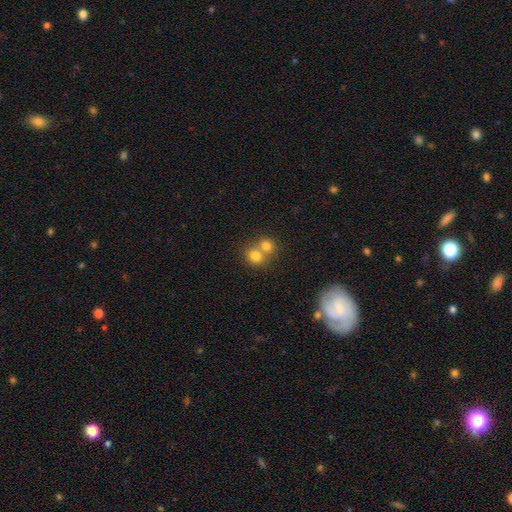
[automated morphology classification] Smooth or featured? smooth (77%)
How rounded? round (75%)
Merging? merger (59%)